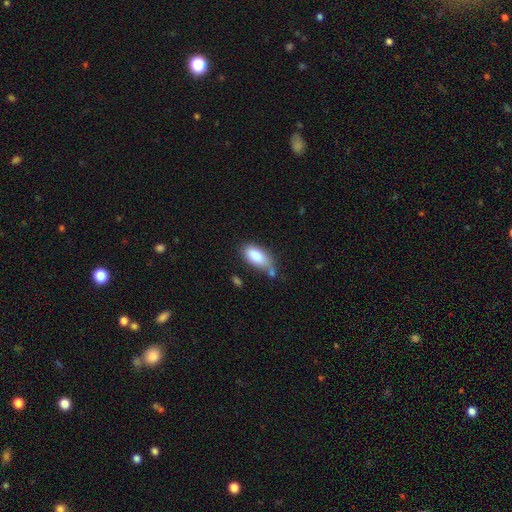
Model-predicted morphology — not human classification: Smooth or featured: smooth — 84% (featured or disk — 9%)
How rounded: in between — 90% (cigar-shaped — 7%)
Merging: none — 54% (minor disturbance — 26%)